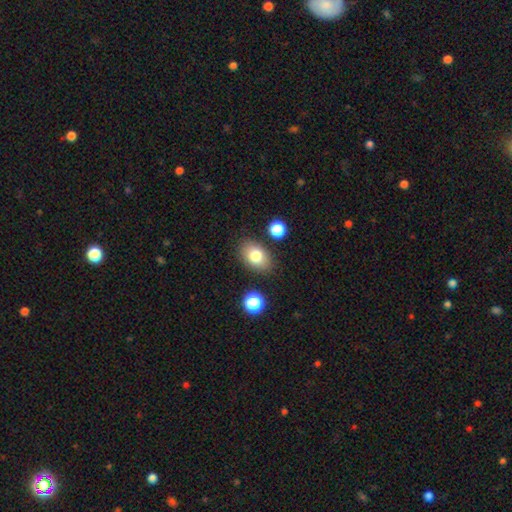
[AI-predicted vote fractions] smooth_or_featured: smooth (p=0.79) [alt: featured or disk p=0.11]
how_rounded: in between (p=0.79) [alt: round p=0.19]
merging: none (p=0.83) [alt: minor disturbance p=0.11]